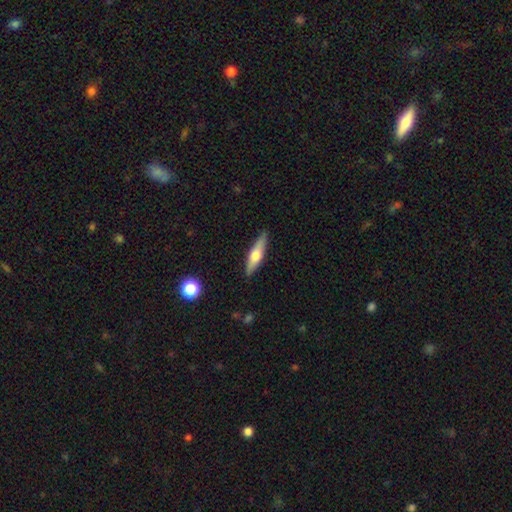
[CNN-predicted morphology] Overall: featured or disk (48%; smooth 47%). Merging: none (88%).